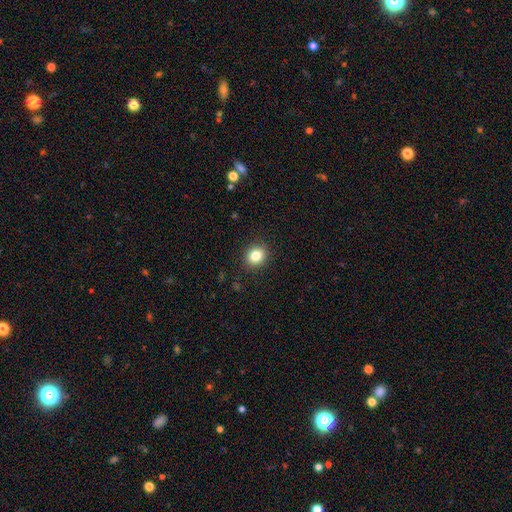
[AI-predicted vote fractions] Smooth or featured? smooth (83%)
How rounded? round (71%)
Merging? none (90%)